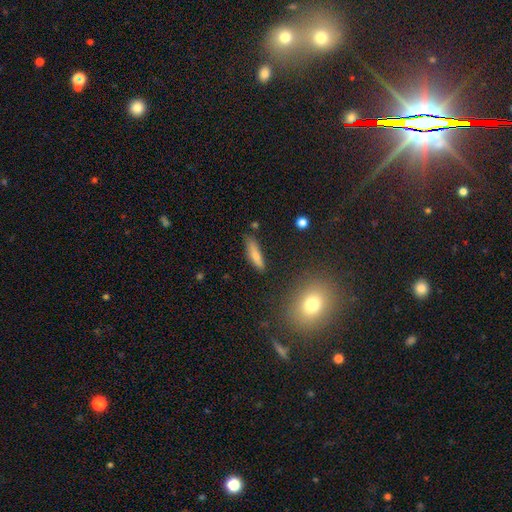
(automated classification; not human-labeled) Smooth or featured? Predicted: smooth (p=0.73). How rounded? Predicted: cigar-shaped (p=0.71). Merging? Predicted: none (p=0.80).